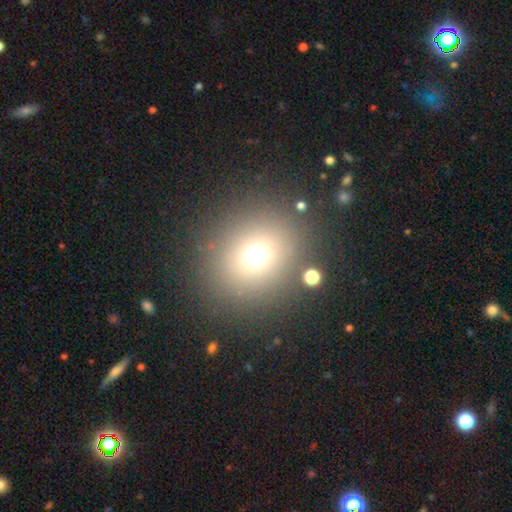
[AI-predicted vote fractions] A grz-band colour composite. It shows a smooth galaxy with no disk features (69%) that is round (80%). Merging: none (83%).